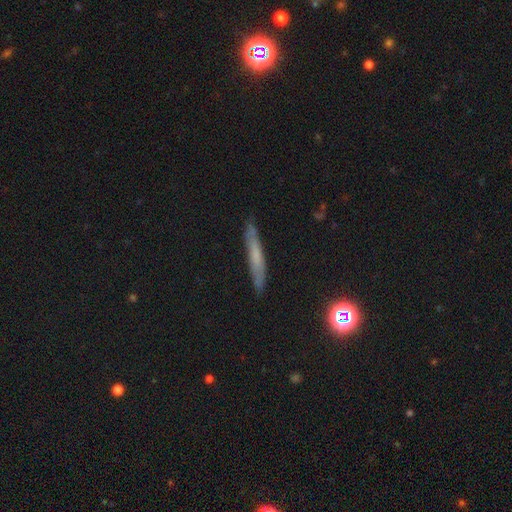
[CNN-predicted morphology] Smooth or featured? smooth (48%)
Merging? none (85%)